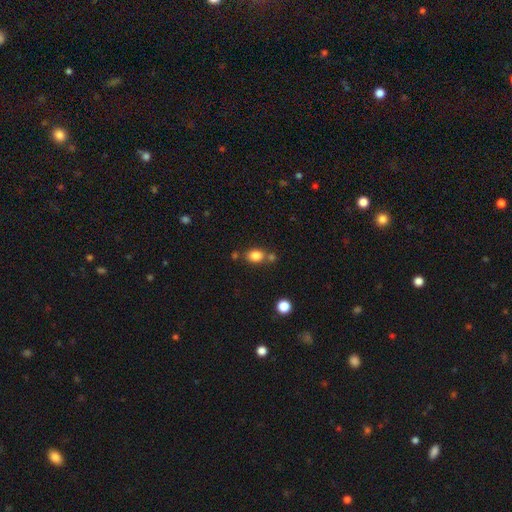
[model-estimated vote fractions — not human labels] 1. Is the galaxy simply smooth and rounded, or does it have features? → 83% smooth, 11% star or artifact, 6% featured or disk.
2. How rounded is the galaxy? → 60% in between, 39% round, 1% cigar-shaped.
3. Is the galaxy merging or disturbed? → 63% none, 20% merger, 12% minor disturbance, 4% major disturbance.